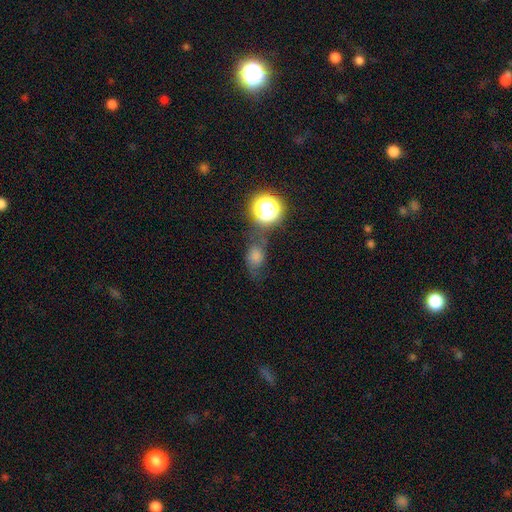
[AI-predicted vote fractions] Morphology: type=smooth (48%); merging=none (55%).